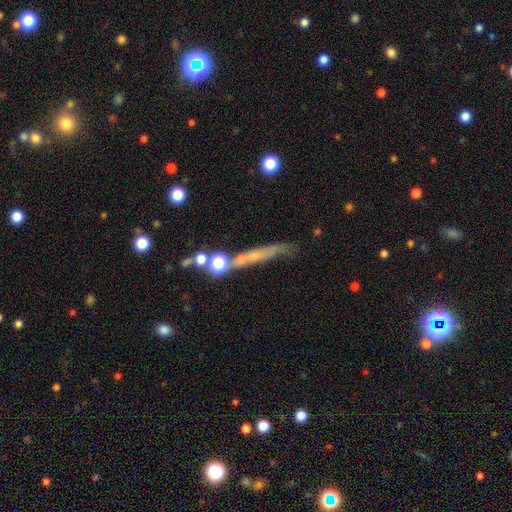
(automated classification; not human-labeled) Morphology: type=smooth (43%); merging=none (59%).